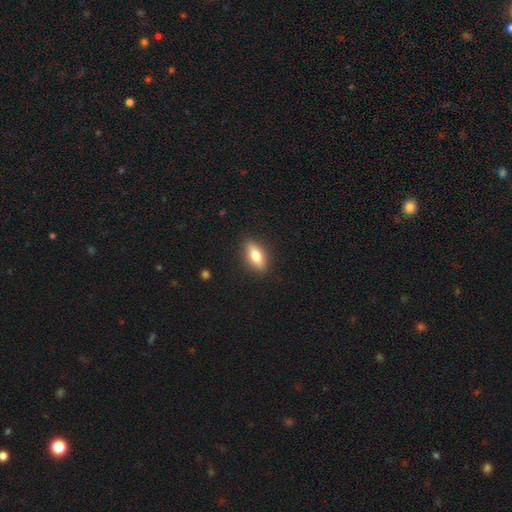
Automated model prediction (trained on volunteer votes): This appears to be a smooth galaxy with no disk features (71%) that is in between round and cigar-shaped (67%). Merging: none (88%).